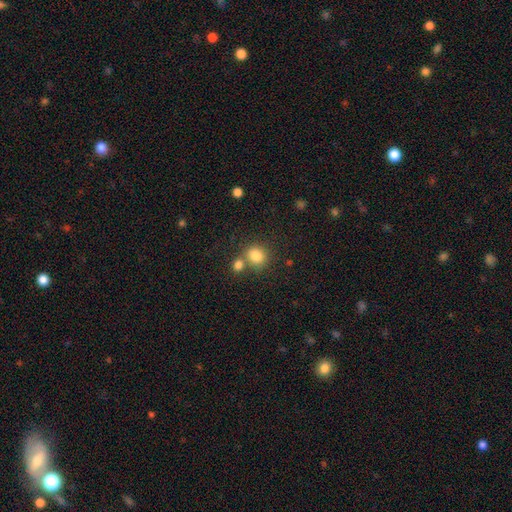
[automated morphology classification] smooth_or_featured: smooth (p=0.83) [alt: star or artifact p=0.11]
how_rounded: round (p=0.68) [alt: in between p=0.31]
merging: none (p=0.55) [alt: merger p=0.31]